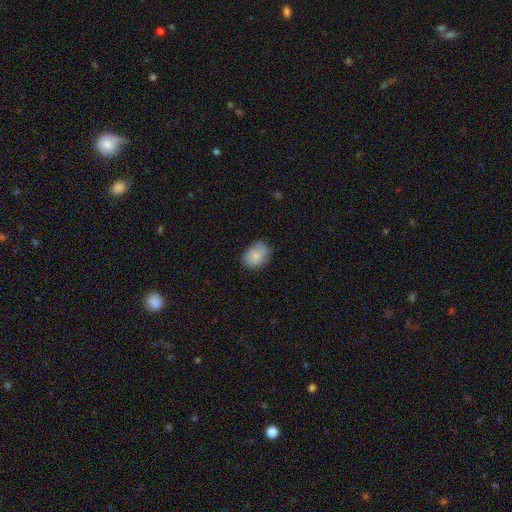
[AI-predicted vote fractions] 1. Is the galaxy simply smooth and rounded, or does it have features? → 83% smooth, 10% featured or disk, 7% star or artifact.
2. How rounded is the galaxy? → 58% in between, 41% round, 1% cigar-shaped.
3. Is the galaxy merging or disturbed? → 69% none, 25% minor disturbance, 5% major disturbance, 1% merger.